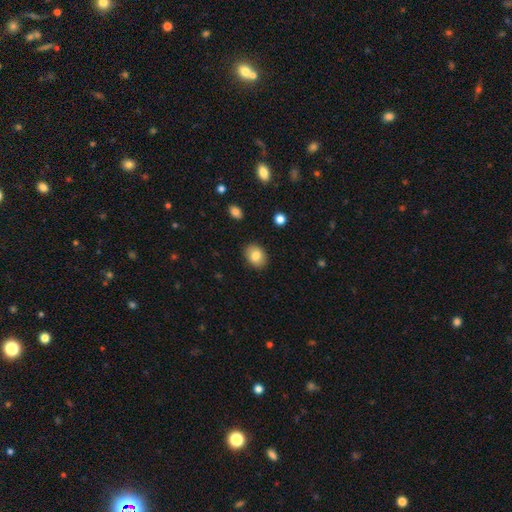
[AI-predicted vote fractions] smooth_or_featured: smooth (p=0.82) [alt: featured or disk p=0.10]
how_rounded: in between (p=0.66) [alt: round p=0.33]
merging: none (p=0.88) [alt: minor disturbance p=0.09]